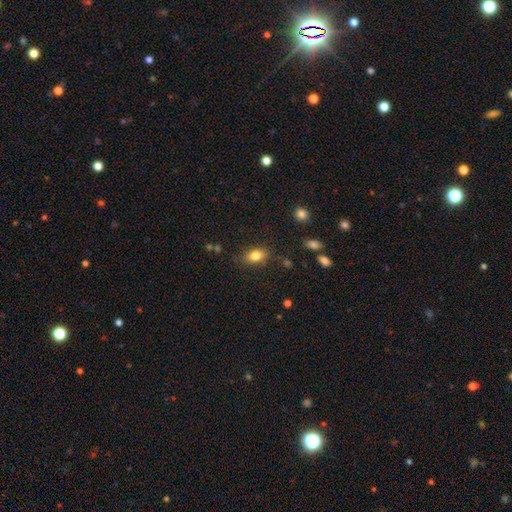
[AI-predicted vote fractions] Smooth or featured? Predicted: smooth (p=0.82). How rounded? Predicted: in between (p=0.79). Merging? Predicted: none (p=0.81).